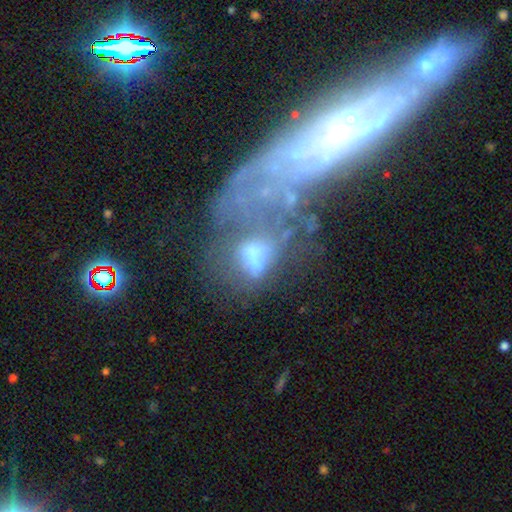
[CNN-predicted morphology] type=featured or disk (55%); edge-on=no (94%); bar=no (78%); spiral arms=no (77%); bulge=none (37%); merging=merger (42%).